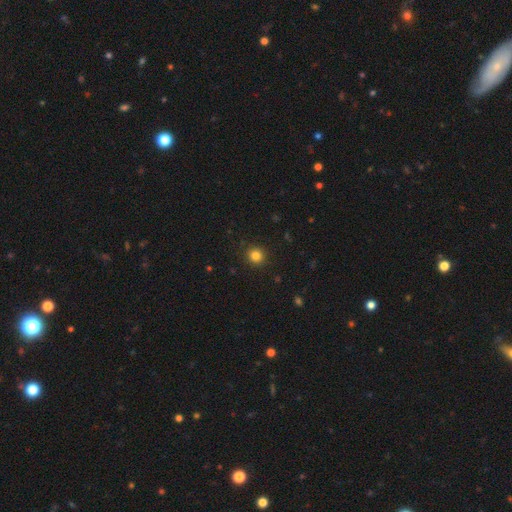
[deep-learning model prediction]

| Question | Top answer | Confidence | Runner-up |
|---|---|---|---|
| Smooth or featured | smooth | 83% | star or artifact (13%) |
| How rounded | round | 92% | in between (7%) |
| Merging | none | 91% | minor disturbance (6%) |